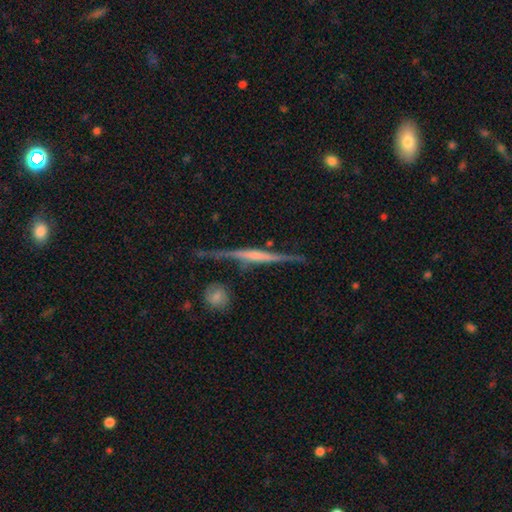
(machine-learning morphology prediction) featured or disk 80%, smooth 14%, star or artifact 6%. Down the decision tree: edge-on disk — yes (95%); edge-on bulge — rounded (35%); merging — none (74%).